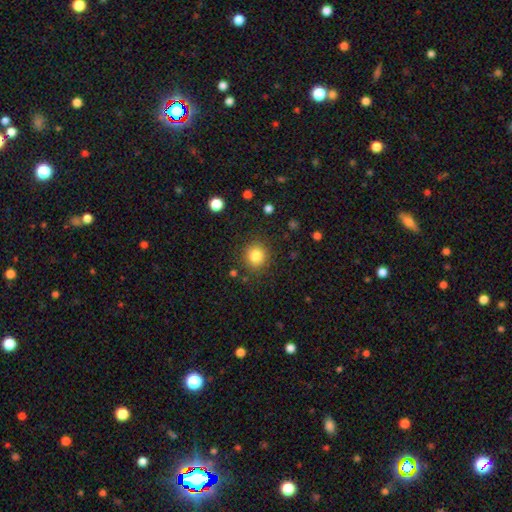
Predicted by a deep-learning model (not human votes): smooth_or_featured: smooth (p=0.82) [alt: star or artifact p=0.11]
how_rounded: round (p=0.89) [alt: in between p=0.11]
merging: none (p=0.87) [alt: minor disturbance p=0.08]